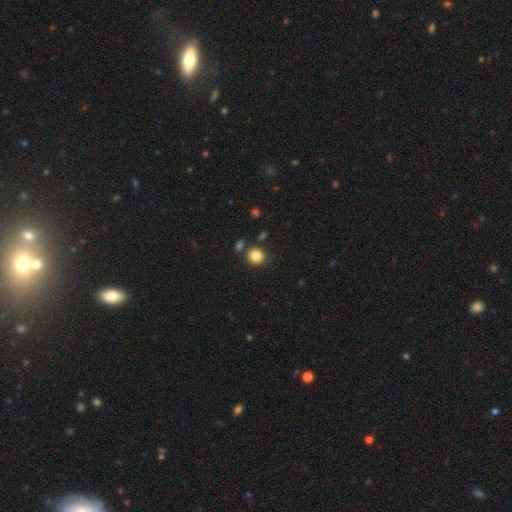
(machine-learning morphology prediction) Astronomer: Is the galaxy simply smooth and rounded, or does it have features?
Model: smooth — 84%.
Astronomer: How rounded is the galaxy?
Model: round — 85%.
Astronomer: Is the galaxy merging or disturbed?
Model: none — 79%.